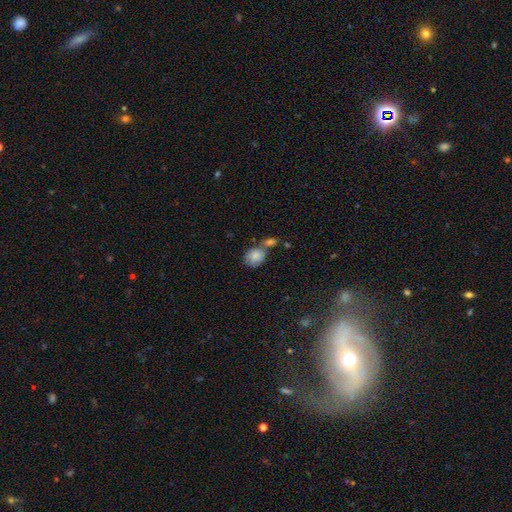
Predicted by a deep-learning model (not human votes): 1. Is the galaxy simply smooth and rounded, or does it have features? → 80% smooth, 11% featured or disk, 8% star or artifact.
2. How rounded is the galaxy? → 56% round, 43% in between, 1% cigar-shaped.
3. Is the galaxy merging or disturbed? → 41% none, 39% merger, 15% minor disturbance, 5% major disturbance.